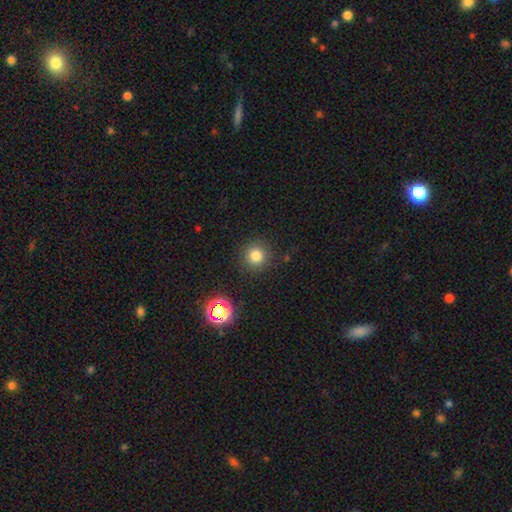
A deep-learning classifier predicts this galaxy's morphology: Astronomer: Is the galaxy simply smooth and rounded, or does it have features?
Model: smooth — 80%.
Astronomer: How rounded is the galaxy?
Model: round — 94%.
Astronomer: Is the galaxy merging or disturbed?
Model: none — 88%.